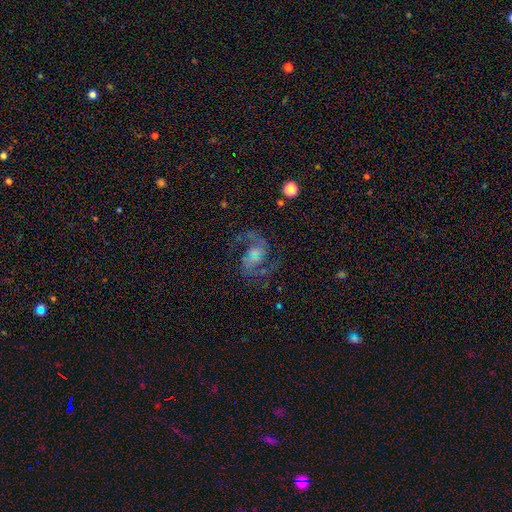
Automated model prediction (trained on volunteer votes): Smooth or featured?
  - featured or disk: 84% *
  - star or artifact: 9%
  - smooth: 7%
Edge-on disk?
  - no: 98% *
  - yes: 2%
Bar?
  - weak: 49% *
  - no: 36%
  - strong: 16%
Spiral arms?
  - yes: 95% *
  - no: 5%
Spiral winding?
  - medium: 54% *
  - loose: 35%
  - tight: 11%
Spiral arm count?
  - 2: 91% *
  - can't tell: 3%
  - 1: 2%
  - 3: 2%
  - 4: 1%
  - more than 4: 1%
Bulge size?
  - small: 45% *
  - none: 25%
  - moderate: 24%
  - large: 5%
  - dominant: 2%
Merging?
  - none: 69% *
  - major disturbance: 14%
  - minor disturbance: 14%
  - merger: 3%